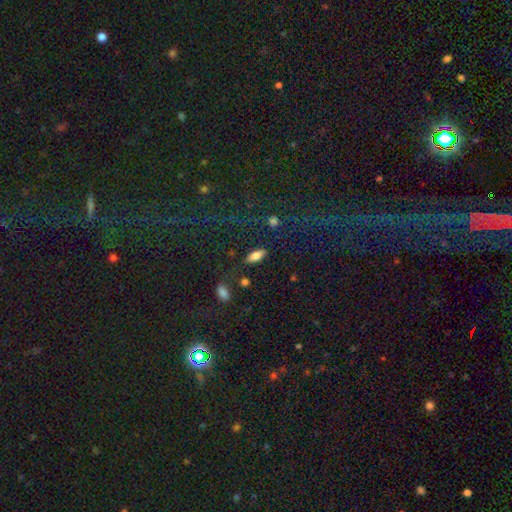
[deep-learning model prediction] Smooth or featured?
  - smooth: 78% *
  - featured or disk: 14%
  - star or artifact: 9%
How rounded?
  - in between: 85% *
  - cigar-shaped: 12%
  - round: 3%
Merging?
  - none: 81% *
  - minor disturbance: 12%
  - major disturbance: 4%
  - merger: 3%